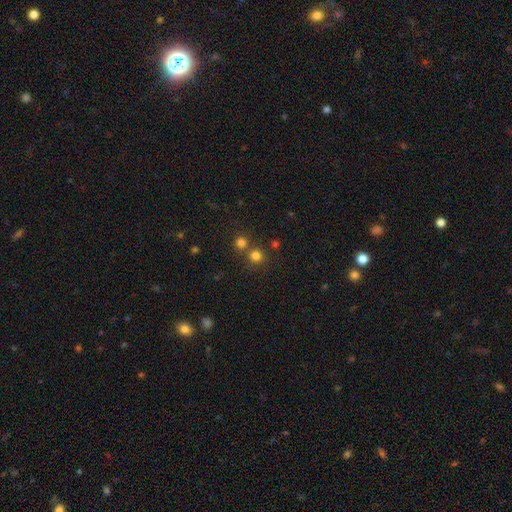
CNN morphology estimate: This is likely a smooth galaxy (76%). How rounded: clearly round (91%). Merging: likely none (67%).